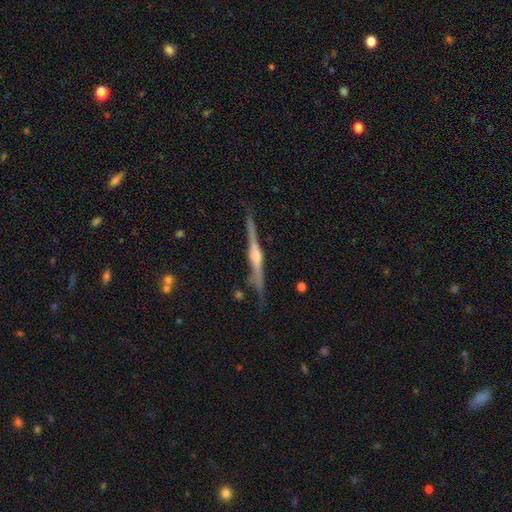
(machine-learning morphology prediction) Smooth or featured? Predicted: featured or disk (p=0.83). Edge-on disk? Predicted: yes (p=0.98). Edge-on bulge? Predicted: rounded (p=0.85). Merging? Predicted: none (p=0.82).